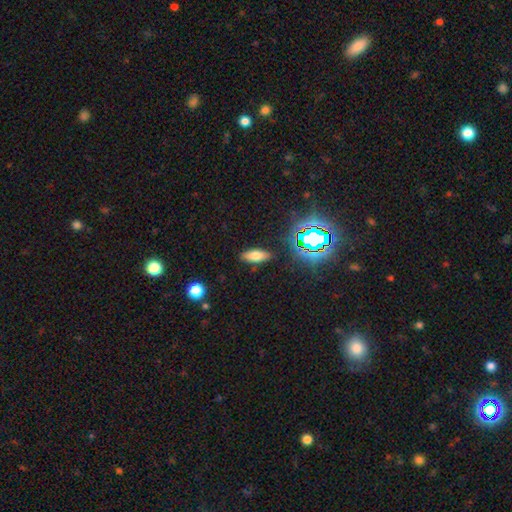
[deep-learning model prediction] This appears to be a smooth galaxy with no disk features (68%) that is in between round and cigar-shaped (74%). Merging: none (87%).